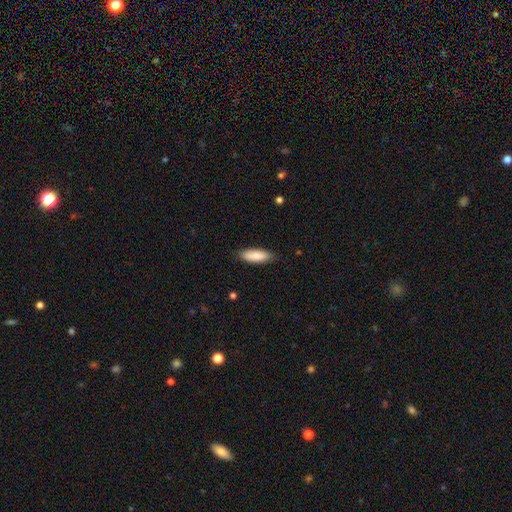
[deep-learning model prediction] smooth 86%, featured or disk 9%, star or artifact 5%. Down the decision tree: how rounded — in between (58%); merging — none (85%).